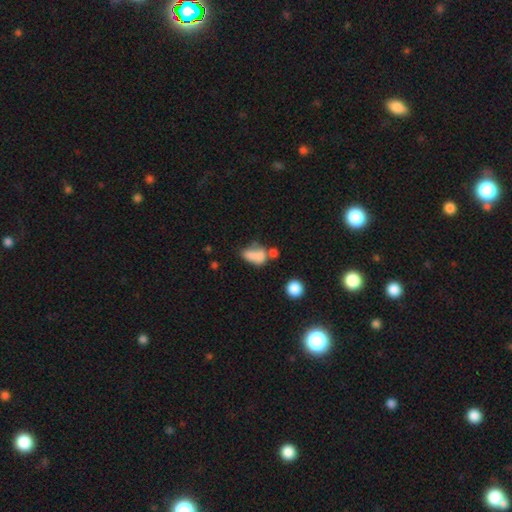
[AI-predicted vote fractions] This appears to be a smooth galaxy with no disk features (68%) that is in between round and cigar-shaped (83%). Merging: merger (37%).